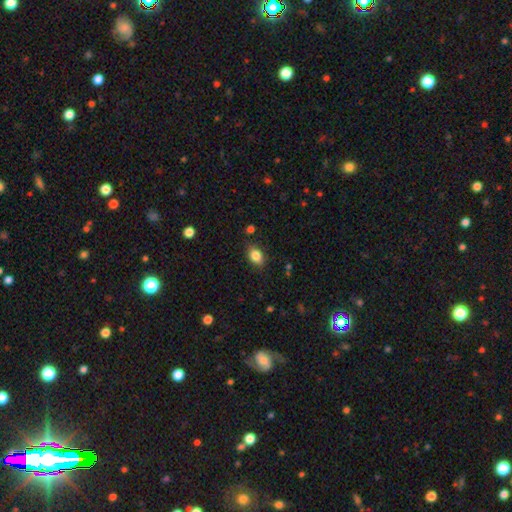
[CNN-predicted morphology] A smooth galaxy with no disk features (84%) that is in between round and cigar-shaped (78%).

Vote fractions:
- Smooth or featured? smooth: 84% / star or artifact: 9% / featured or disk: 6%
- How rounded? in between: 78% / round: 21% / cigar-shaped: 1%
- Merging? none: 84% / minor disturbance: 12% / major disturbance: 3% / merger: 2%